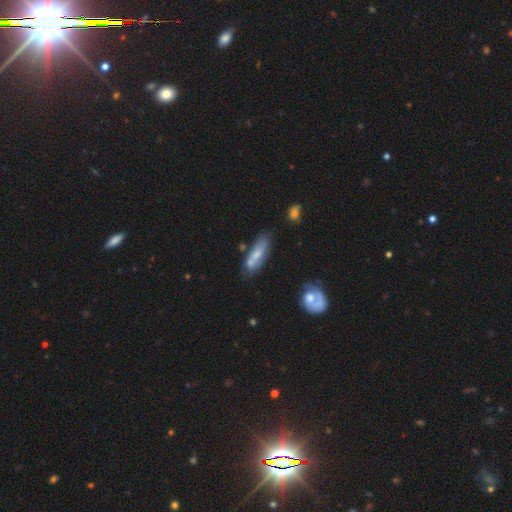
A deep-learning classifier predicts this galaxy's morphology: A smooth galaxy with no disk features (58%) that is cigar-shaped (50%). Merging: none (56%).